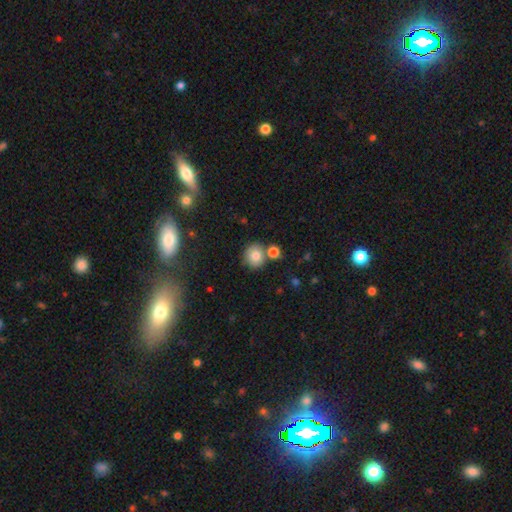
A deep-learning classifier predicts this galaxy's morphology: Q: Smooth or featured?
A: smooth (80%); runner-up: star or artifact (11%)
Q: How rounded?
A: round (84%); runner-up: in between (15%)
Q: Merging?
A: none (70%); runner-up: merger (17%)